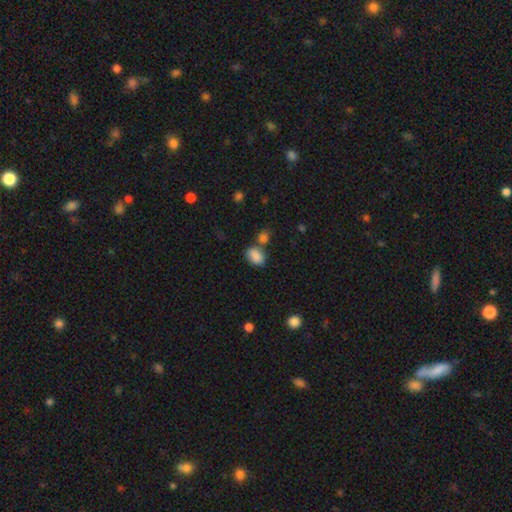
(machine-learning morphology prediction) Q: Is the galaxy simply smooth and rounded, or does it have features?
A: smooth — 86%.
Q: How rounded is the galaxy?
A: in between — 80%.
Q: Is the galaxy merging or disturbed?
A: none — 58%.